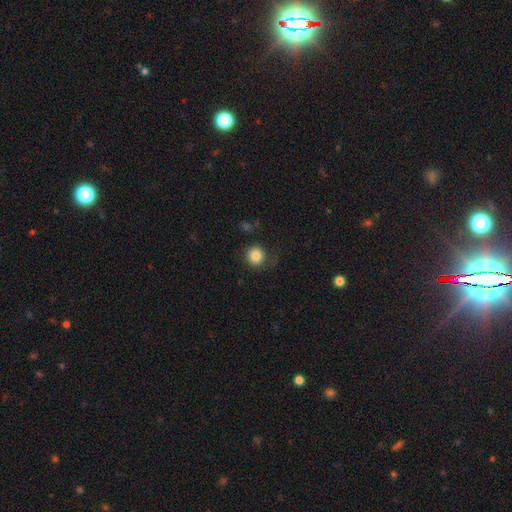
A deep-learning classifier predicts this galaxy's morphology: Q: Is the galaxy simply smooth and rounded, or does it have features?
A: smooth — 85%.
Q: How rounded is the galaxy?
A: round — 93%.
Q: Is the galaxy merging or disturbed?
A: none — 78%.